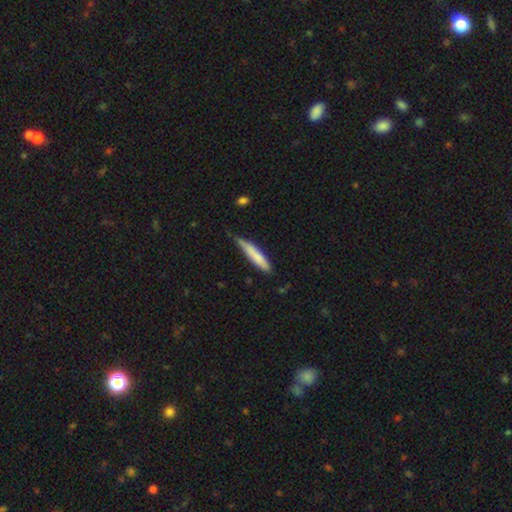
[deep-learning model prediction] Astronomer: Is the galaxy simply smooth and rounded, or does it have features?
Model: smooth — 75%.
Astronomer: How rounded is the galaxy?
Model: cigar-shaped — 89%.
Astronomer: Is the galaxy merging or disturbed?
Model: none — 56% (runner-up: minor disturbance, 35%).